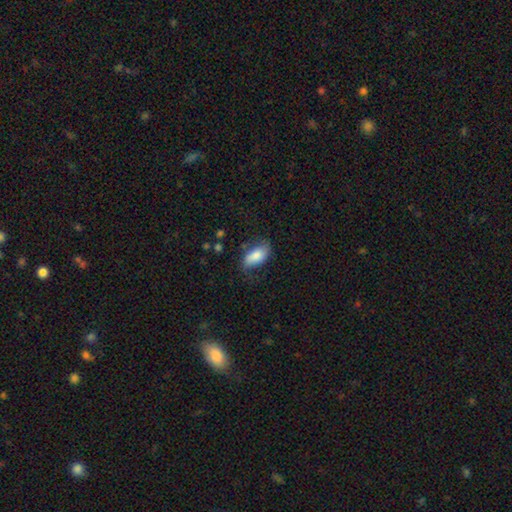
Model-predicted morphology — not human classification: Smooth or featured?
  - smooth: 77% *
  - featured or disk: 17%
  - star or artifact: 7%
How rounded?
  - in between: 92% *
  - cigar-shaped: 4%
  - round: 4%
Merging?
  - none: 60% *
  - minor disturbance: 28%
  - major disturbance: 10%
  - merger: 2%